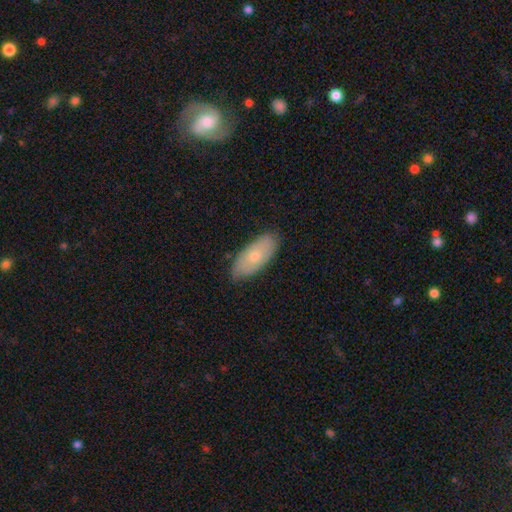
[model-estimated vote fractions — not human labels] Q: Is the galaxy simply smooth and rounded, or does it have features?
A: smooth — 64%.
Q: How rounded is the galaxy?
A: in between — 87%.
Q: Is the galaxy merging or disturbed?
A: none — 81%.